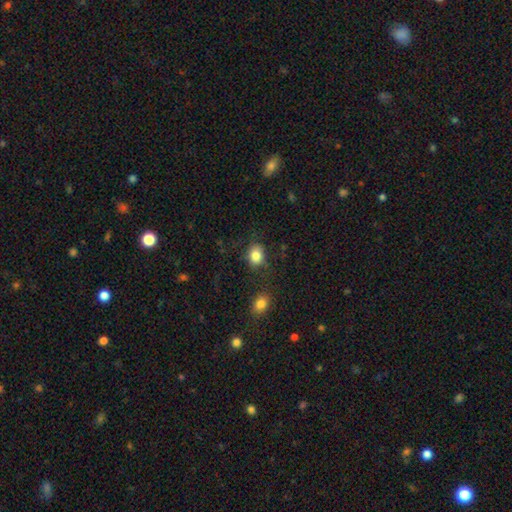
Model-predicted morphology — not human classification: Smooth or featured? Predicted: smooth (p=0.84). How rounded? Predicted: in between (p=0.59). Merging? Predicted: none (p=0.76).